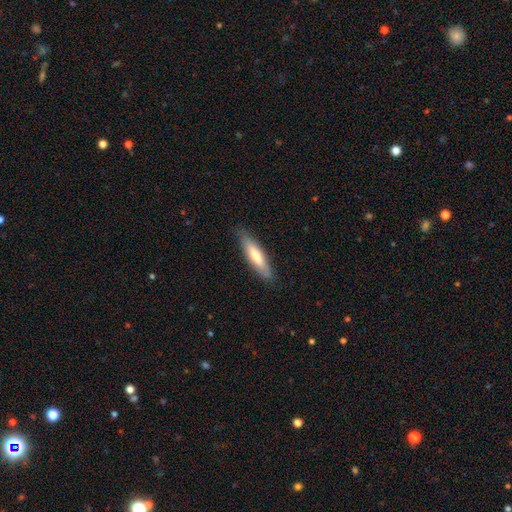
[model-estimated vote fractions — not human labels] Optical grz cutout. It shows a smooth galaxy with no disk features (63%) that is cigar-shaped (75%). Merging: none (85%).